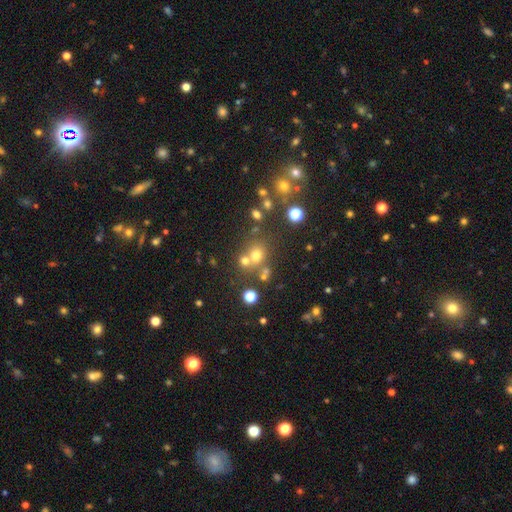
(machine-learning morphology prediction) smooth 58%, star or artifact 29%, featured or disk 13%. Down the decision tree: how rounded — round (81%); merging — none (61%).